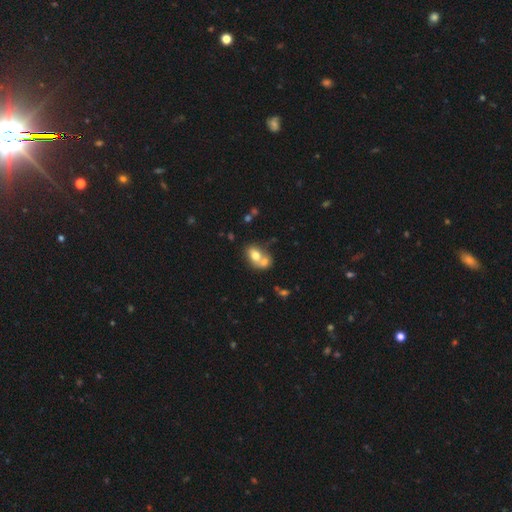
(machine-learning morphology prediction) smooth-or-featured: smooth: 70% | featured or disk: 20% | star or artifact: 9%
  how-rounded: in between: 70% | round: 28% | cigar-shaped: 1%
  merging: merger: 62% | none: 25% | minor disturbance: 9% | major disturbance: 4%